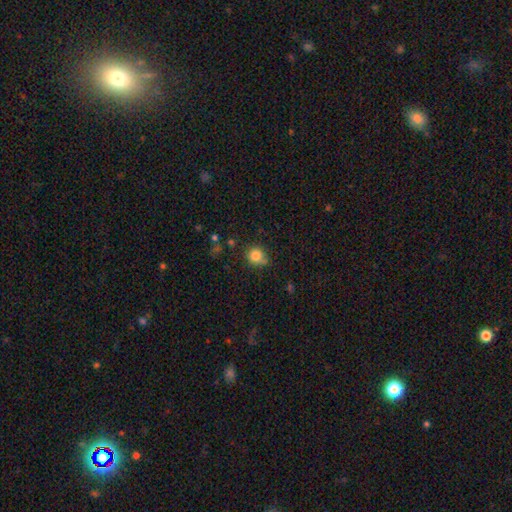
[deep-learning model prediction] A smooth galaxy with no disk features (83%) that is round (85%). Merging: none (71%).